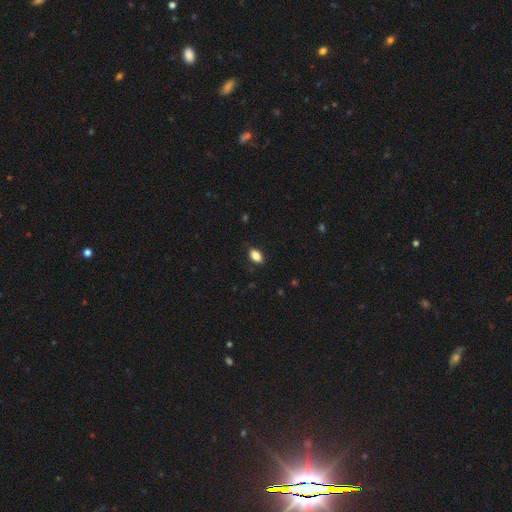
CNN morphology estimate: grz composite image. It shows a smooth galaxy with no disk features (86%) that is in between round and cigar-shaped (90%). Merging: none (86%).